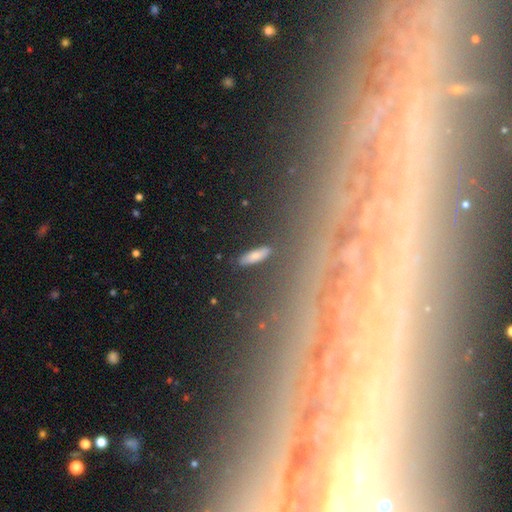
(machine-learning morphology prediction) smooth-or-featured: smooth: 75% | featured or disk: 14% | star or artifact: 11%
  how-rounded: cigar-shaped: 54% | in between: 42% | round: 4%
  merging: none: 86% | minor disturbance: 9% | major disturbance: 3% | merger: 3%